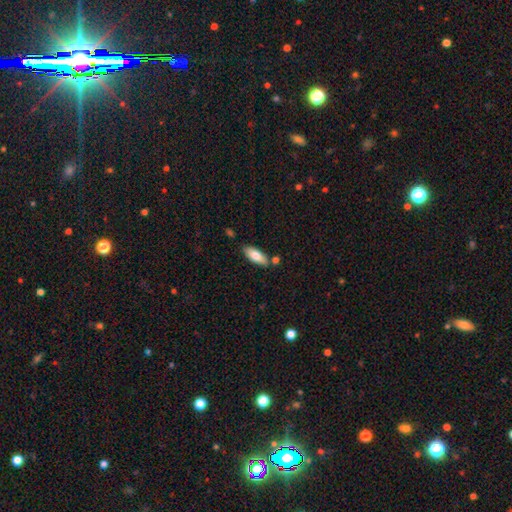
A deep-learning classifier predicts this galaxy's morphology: Smooth or featured? Predicted: smooth (p=0.75). How rounded? Predicted: in between (p=0.74). Merging? Predicted: none (p=0.81).